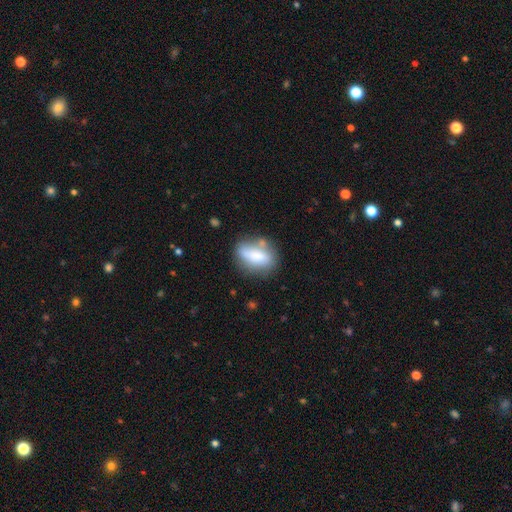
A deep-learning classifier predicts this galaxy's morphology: smooth-or-featured: smooth: 71% | featured or disk: 21% | star or artifact: 8%
  how-rounded: in between: 73% | cigar-shaped: 15% | round: 12%
  merging: none: 59% | minor disturbance: 22% | merger: 11% | major disturbance: 8%